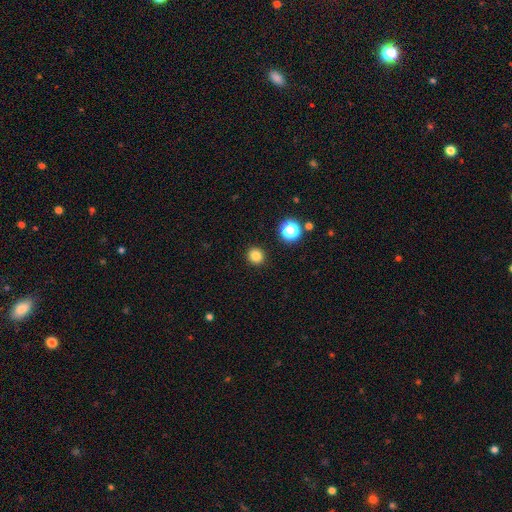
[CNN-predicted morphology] Smooth or featured?
  - smooth: 83% *
  - star or artifact: 13%
  - featured or disk: 4%
How rounded?
  - round: 91% *
  - in between: 8%
  - cigar-shaped: 1%
Merging?
  - none: 92% *
  - minor disturbance: 5%
  - major disturbance: 2%
  - merger: 1%